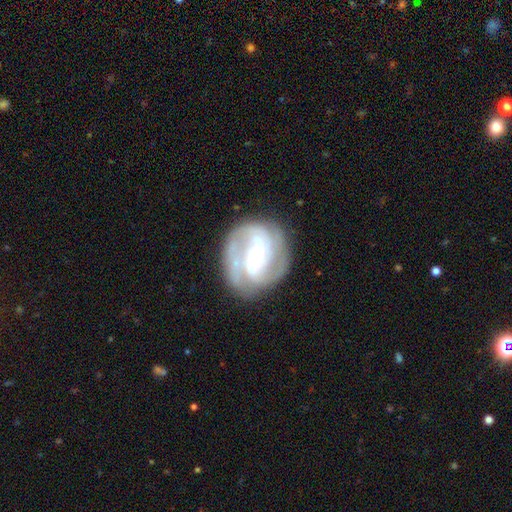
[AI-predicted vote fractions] smooth_or_featured: featured or disk (p=0.84) [alt: smooth p=0.10]
disk_edge_on: no (p=0.97) [alt: yes p=0.03]
bar: weak (p=0.37) [tied with: strong p=0.37]
has_spiral_arms: yes (p=0.93) [alt: no p=0.07]
spiral_winding: tight (p=0.49) [alt: medium p=0.40]
spiral_arm_count: 2 (p=0.45) [alt: 3 p=0.23]
bulge_size: small (p=0.67) [alt: moderate p=0.28]
merging: none (p=0.73) [alt: minor disturbance p=0.16]